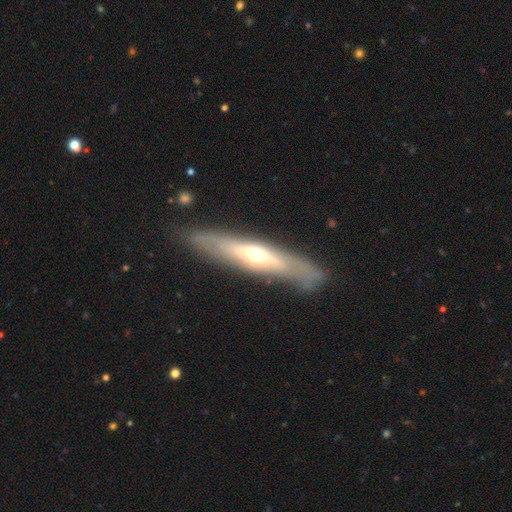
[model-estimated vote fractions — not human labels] Overall: featured or disk (65%; smooth 29%). Edge-on disk: yes (67%; no 33%). Merging: none (81%).